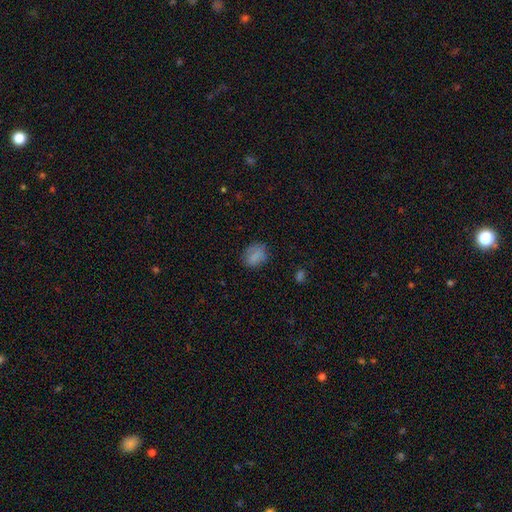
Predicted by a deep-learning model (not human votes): Overall: smooth (79%). How rounded: in between (61%; round 38%). Merging: none (74%).